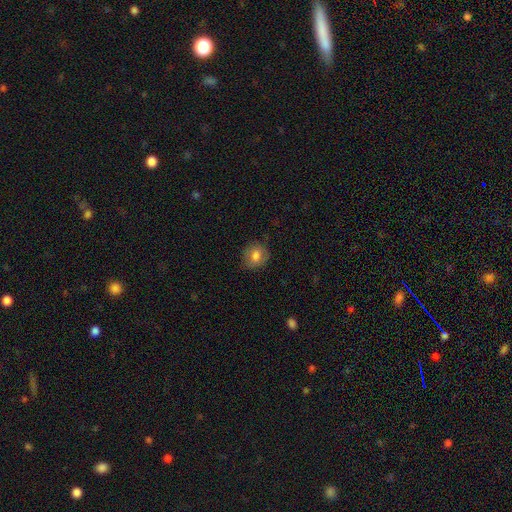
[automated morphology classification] Overall: smooth (77%). How rounded: round (72%). Merging: none (78%).